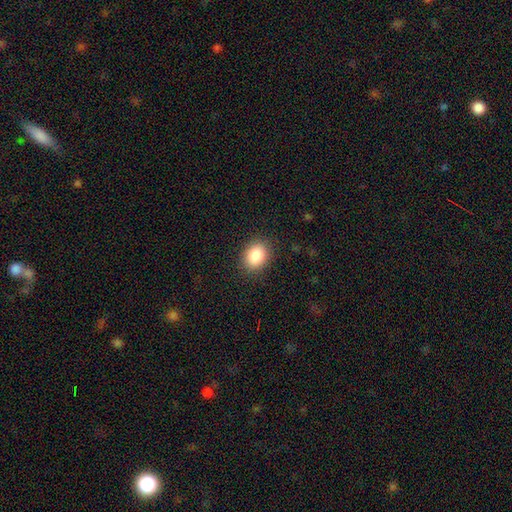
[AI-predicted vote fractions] Smooth or featured?
  - smooth: 87% *
  - star or artifact: 8%
  - featured or disk: 4%
How rounded?
  - in between: 60% *
  - round: 39%
  - cigar-shaped: 1%
Merging?
  - none: 88% *
  - minor disturbance: 8%
  - major disturbance: 2%
  - merger: 1%